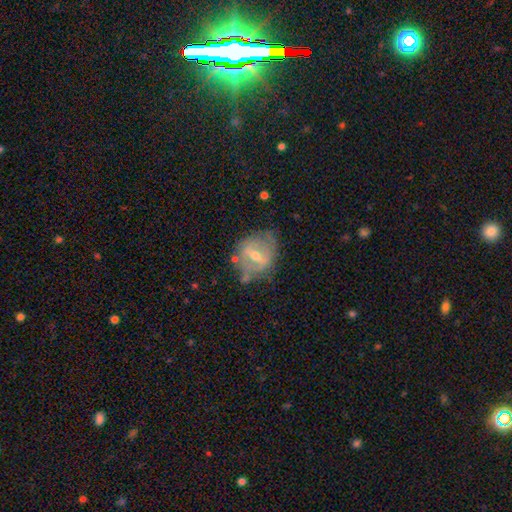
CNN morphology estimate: featured or disk 60%, smooth 28%, star or artifact 11%. Down the decision tree: edge-on disk — no (93%); bar — weak (47%); spiral arms — no (54%); bulge size — moderate (58%); merging — none (60%).